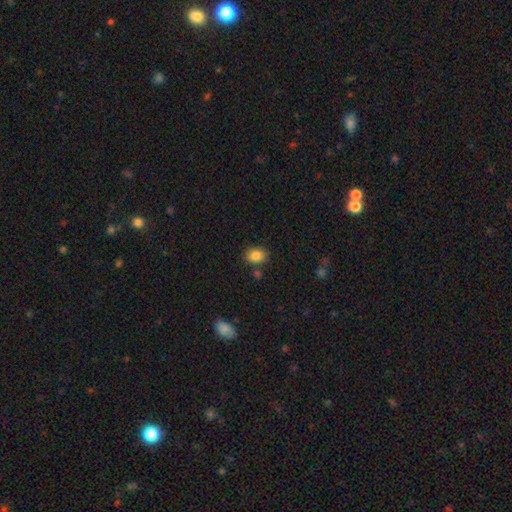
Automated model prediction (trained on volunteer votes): Morphology: type=smooth (85%); roundness=in between (60%); merging=none (80%).